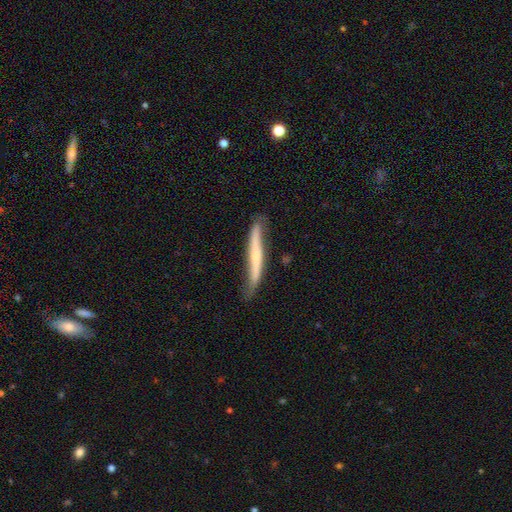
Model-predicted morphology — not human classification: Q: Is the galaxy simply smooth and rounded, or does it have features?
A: featured or disk — 56%.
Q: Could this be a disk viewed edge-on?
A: yes — 80%.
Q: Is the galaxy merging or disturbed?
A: none — 61%.